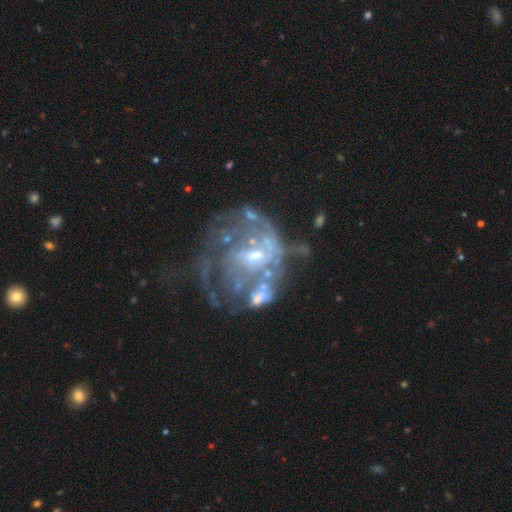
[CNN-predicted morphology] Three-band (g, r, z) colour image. It shows a featured or disk galaxy (79%) with no bar (48%), tight (42%) spiral arms (67%) and a small central bulge (58%). Merging: none (34%).